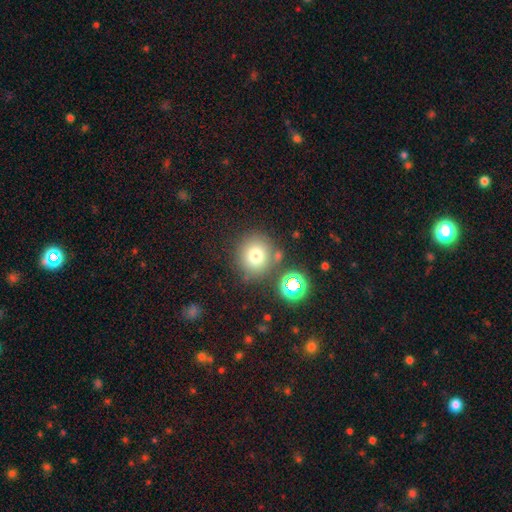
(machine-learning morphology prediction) Smooth or featured?
  - smooth: 75% *
  - star or artifact: 16%
  - featured or disk: 10%
How rounded?
  - round: 90% *
  - in between: 9%
  - cigar-shaped: 1%
Merging?
  - none: 75% *
  - merger: 10%
  - minor disturbance: 10%
  - major disturbance: 4%